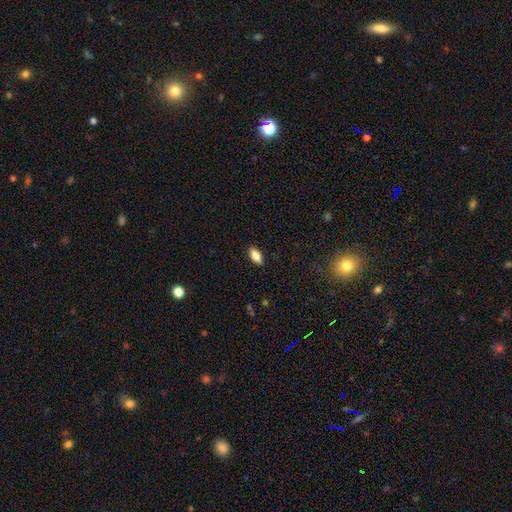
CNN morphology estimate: smooth 80%, featured or disk 12%, star or artifact 8%. Down the decision tree: how rounded — in between (88%); merging — none (88%).